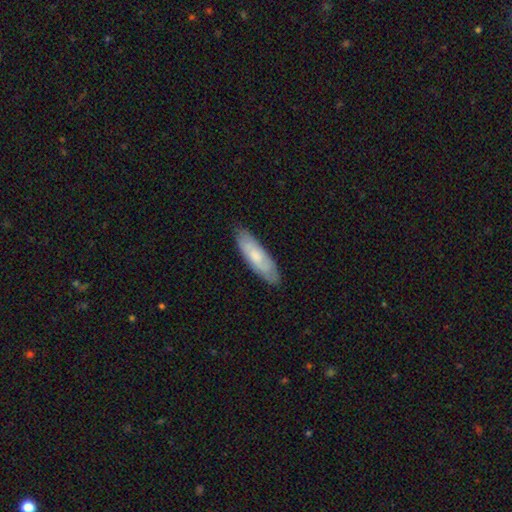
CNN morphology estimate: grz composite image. It shows a smooth galaxy with no disk features (62%) that is cigar-shaped (52%). Merging: none (82%).